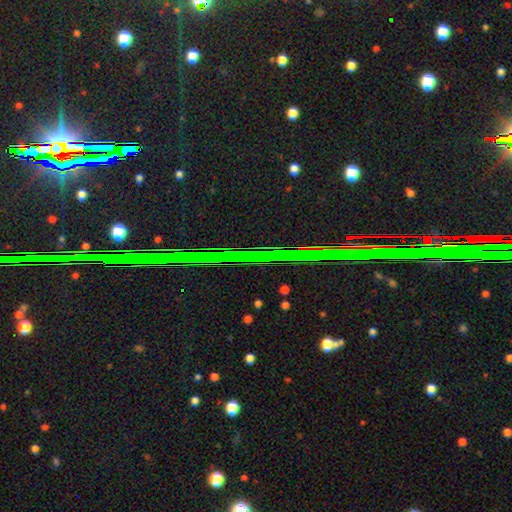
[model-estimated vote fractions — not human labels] smooth_or_featured: star or artifact (p=0.84) [alt: featured or disk p=0.09]